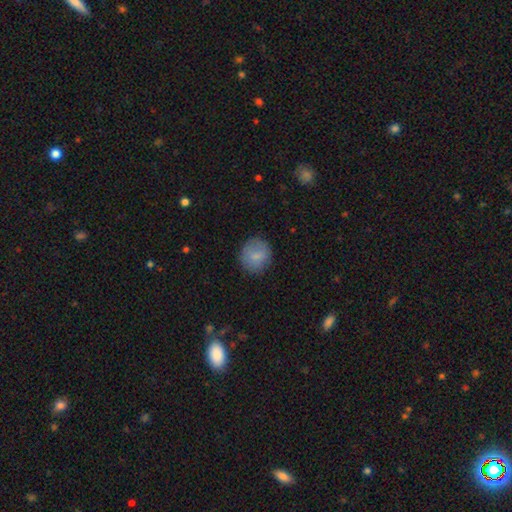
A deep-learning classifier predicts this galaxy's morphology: Smooth or featured? smooth (81%)
How rounded? round (87%)
Merging? none (83%)